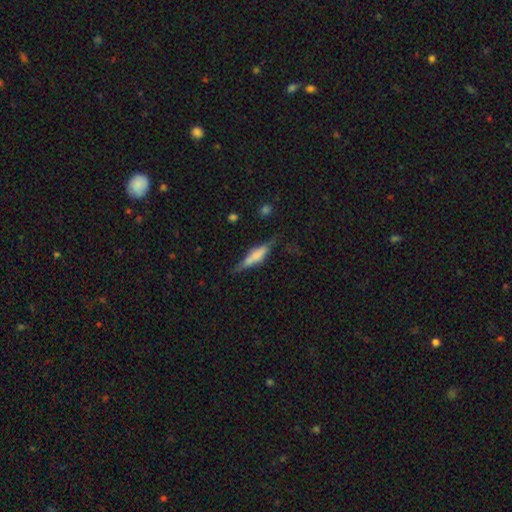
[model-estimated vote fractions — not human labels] The model was most divided on "smooth or featured": featured or disk: 47%, smooth: 45%, star or artifact: 8%. More confident: merging — none (67%).